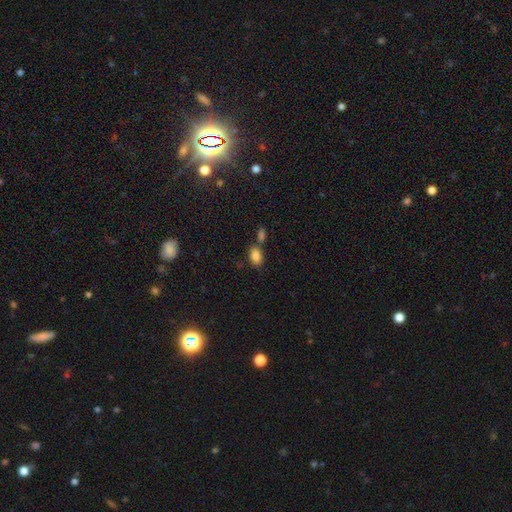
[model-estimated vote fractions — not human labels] A smooth galaxy with no disk features (85%) that is in between round and cigar-shaped (89%). Merging: none (61%).